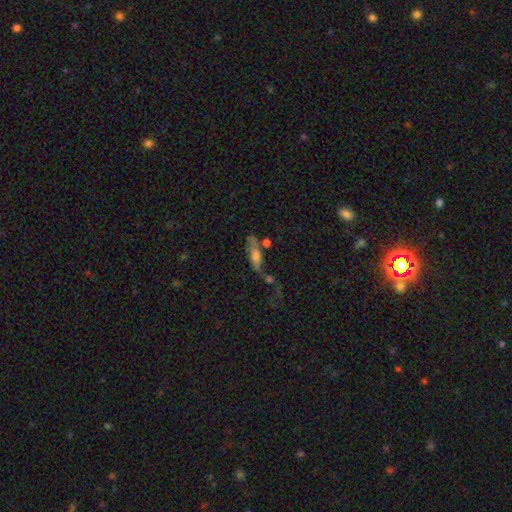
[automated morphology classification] smooth-or-featured: smooth: 55% | featured or disk: 34% | star or artifact: 10%
  how-rounded: in between: 51% | cigar-shaped: 44% | round: 4%
  merging: none: 40% | merger: 26% | minor disturbance: 19% | major disturbance: 15%